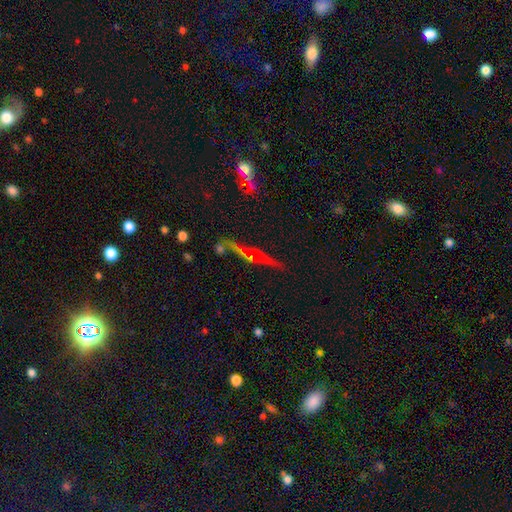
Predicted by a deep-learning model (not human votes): The model was most divided on "edge-on bulge": rounded: 64%, none: 25%, boxy: 11%. More confident: edge-on disk — yes (91%); merging — none (74%); smooth or featured — featured or disk (69%).